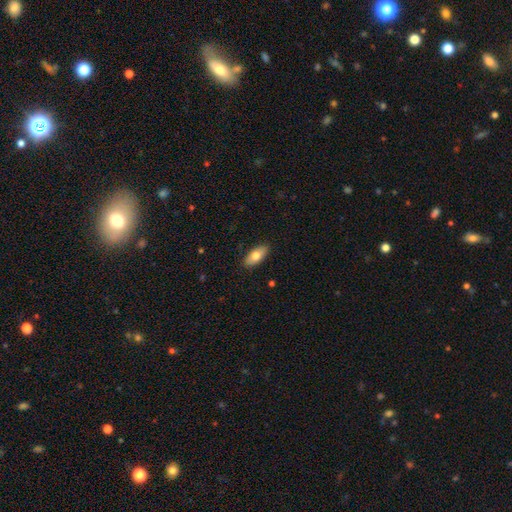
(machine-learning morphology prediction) Q: Smooth or featured?
A: smooth (76%); runner-up: featured or disk (18%)
Q: How rounded?
A: in between (87%); runner-up: cigar-shaped (10%)
Q: Merging?
A: none (88%); runner-up: minor disturbance (9%)